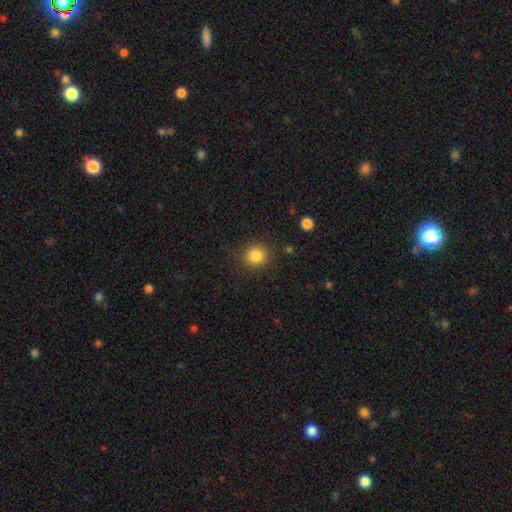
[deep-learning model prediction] Smooth or featured? smooth (84%)
How rounded? round (90%)
Merging? none (88%)